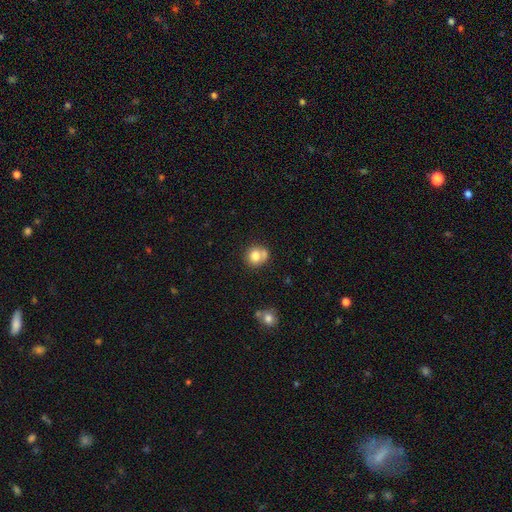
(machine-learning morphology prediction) A smooth galaxy with no disk features (77%) that is round (83%). Merging: none (50%).